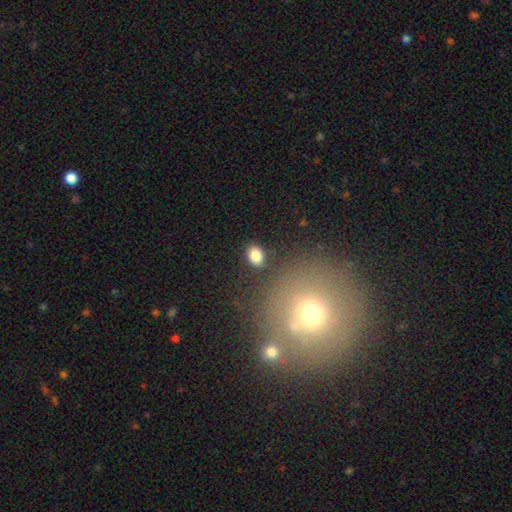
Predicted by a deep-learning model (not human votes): Q: Smooth or featured?
A: smooth (83%); runner-up: star or artifact (10%)
Q: How rounded?
A: in between (66%); runner-up: round (32%)
Q: Merging?
A: none (83%); runner-up: minor disturbance (10%)